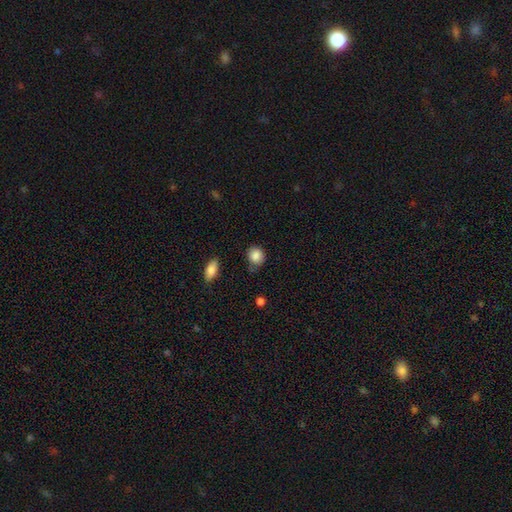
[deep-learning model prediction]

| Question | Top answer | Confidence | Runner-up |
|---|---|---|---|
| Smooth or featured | smooth | 86% | star or artifact (8%) |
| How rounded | round | 77% | in between (22%) |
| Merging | none | 66% | minor disturbance (26%) |